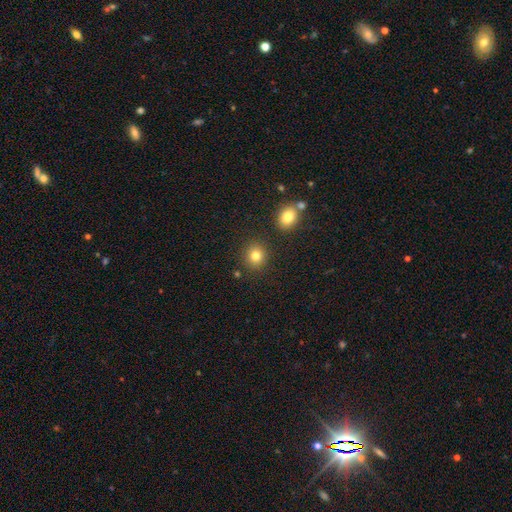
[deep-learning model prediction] Smooth or featured? smooth (81%)
How rounded? round (84%)
Merging? none (86%)